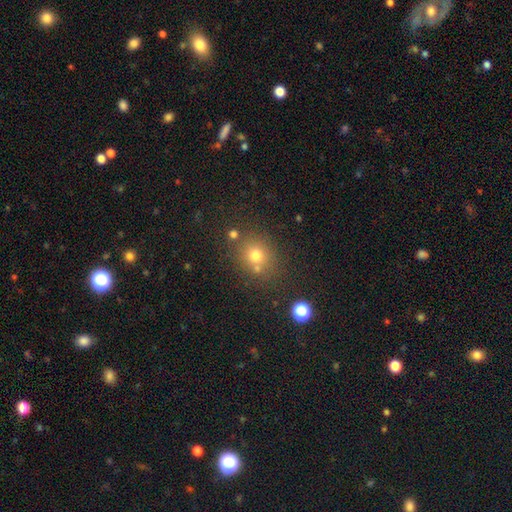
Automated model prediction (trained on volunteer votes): smooth 68%, star or artifact 21%, featured or disk 11%. Down the decision tree: how rounded — round (78%); merging — none (69%).